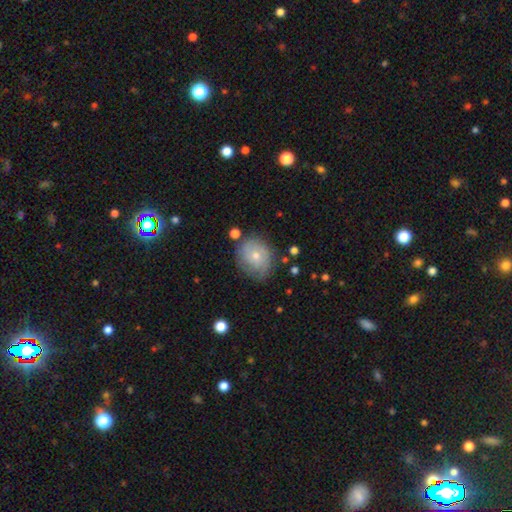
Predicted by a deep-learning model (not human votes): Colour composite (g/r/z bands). It shows a featured or disk galaxy (52%). Merging: none (70%).